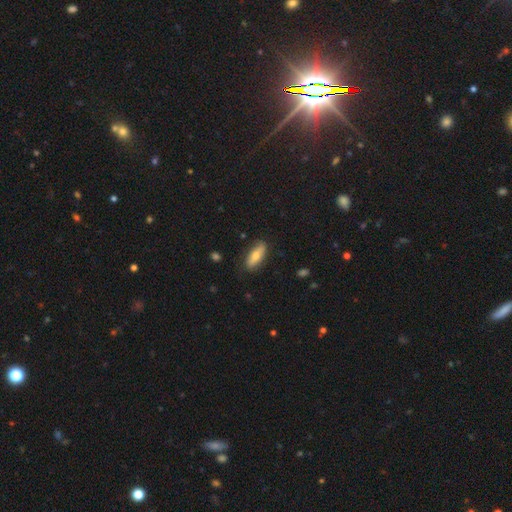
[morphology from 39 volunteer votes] smooth-or-featured: smooth: 67% | featured or disk: 28% | star or artifact: 5%
  how-rounded: in between: 65% | cigar-shaped: 35% | round: 0%
  merging: none: 68% | minor disturbance: 32% | major disturbance: 0% | merger: 0%